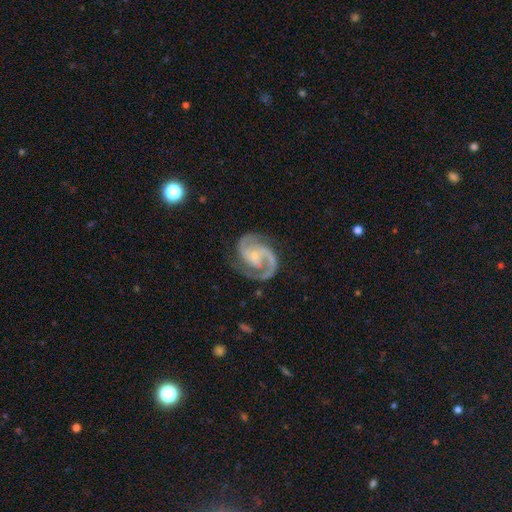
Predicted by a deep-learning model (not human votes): smooth_or_featured: featured or disk (p=0.93) [alt: star or artifact p=0.04]
disk_edge_on: no (p=0.98) [alt: yes p=0.02]
bar: no (p=0.53) [alt: weak p=0.35]
has_spiral_arms: yes (p=0.98) [alt: no p=0.02]
spiral_winding: medium (p=0.58) [alt: tight p=0.32]
spiral_arm_count: 2 (p=0.87) [alt: 3 p=0.05]
bulge_size: small (p=0.72) [alt: moderate p=0.22]
merging: none (p=0.74) [alt: minor disturbance p=0.16]